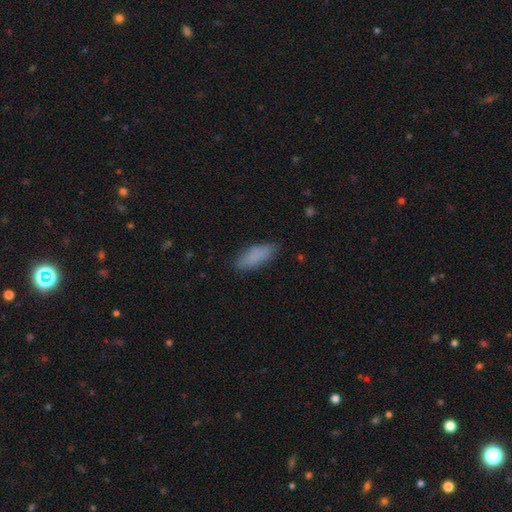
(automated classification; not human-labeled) Morphology: type=smooth (84%); roundness=in between (68%); merging=none (79%).